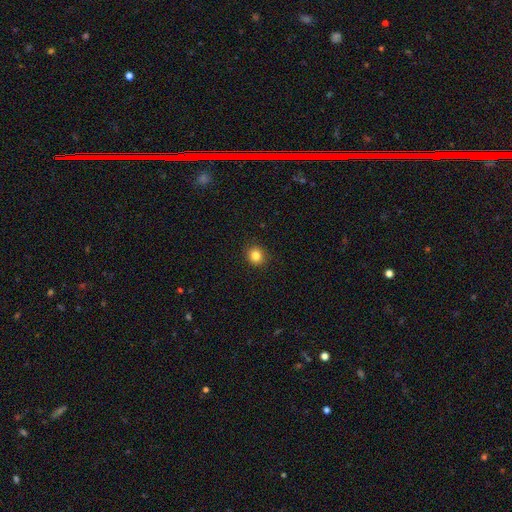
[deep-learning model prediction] Overall: smooth (84%). How rounded: round (84%). Merging: none (91%).